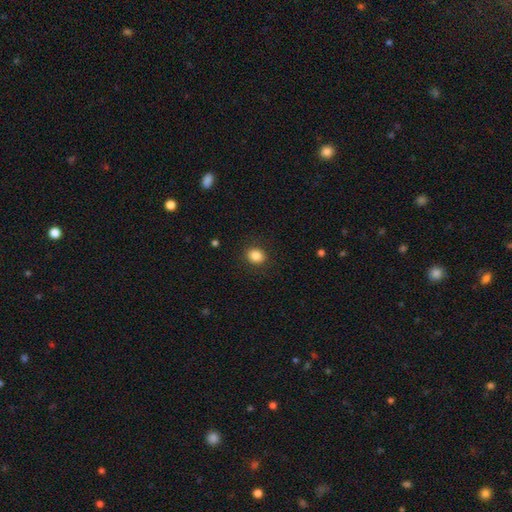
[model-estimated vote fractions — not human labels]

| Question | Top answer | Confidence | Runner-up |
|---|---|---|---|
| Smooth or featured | smooth | 85% | star or artifact (10%) |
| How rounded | round | 68% | in between (31%) |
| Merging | none | 89% | minor disturbance (8%) |